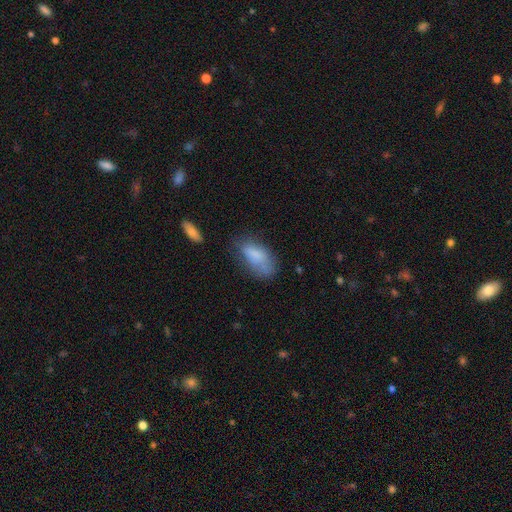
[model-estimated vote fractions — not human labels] Morphology: type=smooth (75%); roundness=in between (90%); merging=none (47%).